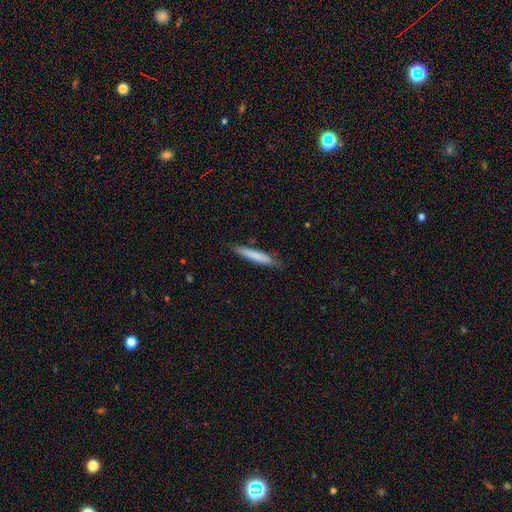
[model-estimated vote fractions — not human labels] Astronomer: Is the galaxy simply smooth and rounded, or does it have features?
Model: smooth — 75%.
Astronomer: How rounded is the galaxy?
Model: cigar-shaped — 93%.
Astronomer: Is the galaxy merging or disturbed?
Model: none — 82%.